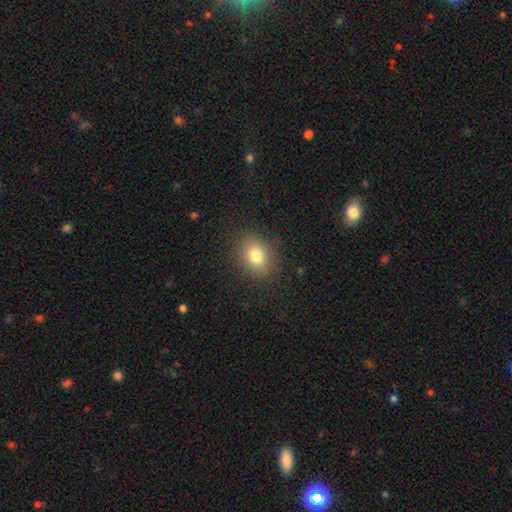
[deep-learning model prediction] Smooth or featured: smooth — 79% (star or artifact — 12%)
How rounded: in between — 52% (round — 47%)
Merging: none — 87% (minor disturbance — 9%)